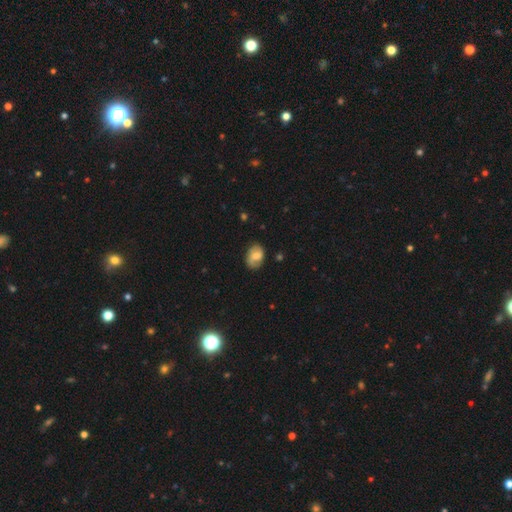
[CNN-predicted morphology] Smooth or featured? smooth (62%)
How rounded? in between (81%)
Merging? none (72%)